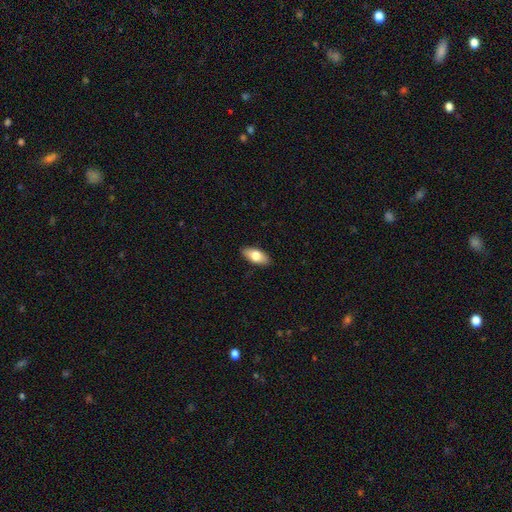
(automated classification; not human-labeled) This is likely a smooth galaxy (75%). How rounded: clearly in between (87%). Merging: clearly none (89%).